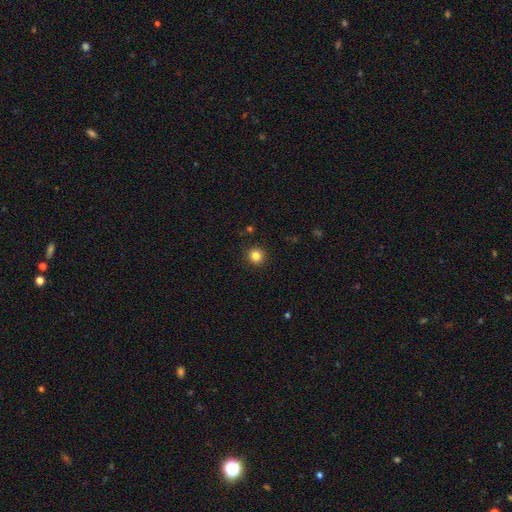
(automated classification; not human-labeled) Q: Smooth or featured?
A: smooth (83%); runner-up: star or artifact (12%)
Q: How rounded?
A: round (95%); runner-up: in between (5%)
Q: Merging?
A: none (92%); runner-up: minor disturbance (5%)